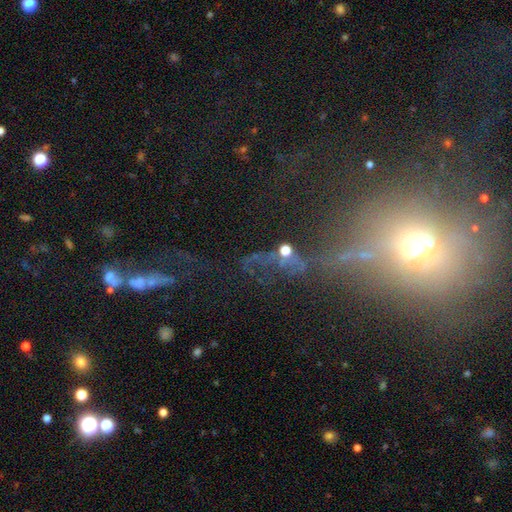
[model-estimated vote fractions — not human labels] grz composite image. It shows a star or artifact, not a galaxy (49%).